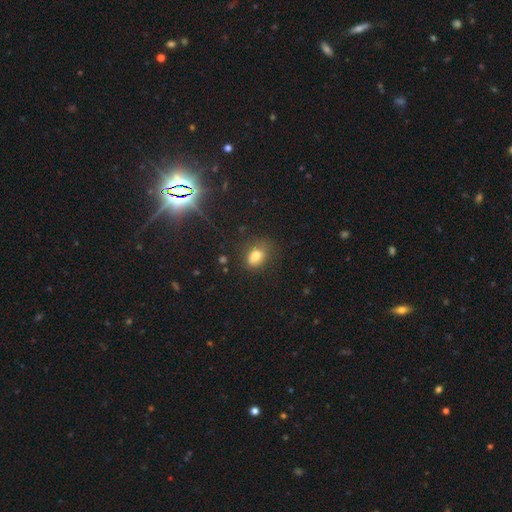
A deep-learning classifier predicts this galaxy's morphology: Smooth or featured? Predicted: smooth (p=0.77). How rounded? Predicted: in between (p=0.68). Merging? Predicted: none (p=0.60).